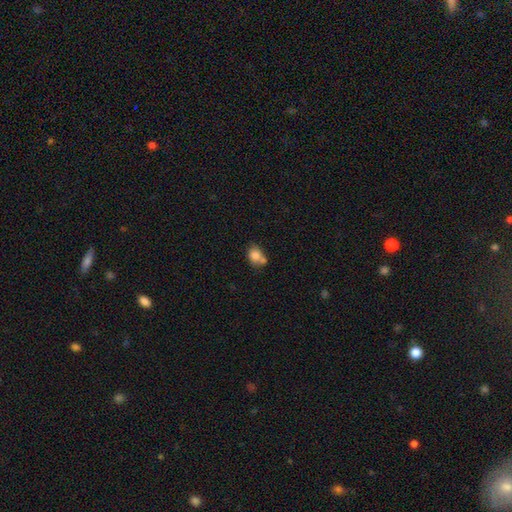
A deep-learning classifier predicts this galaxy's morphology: Smooth or featured? Predicted: smooth (p=0.79). How rounded? Predicted: in between (p=0.55). Merging? Predicted: none (p=0.39).